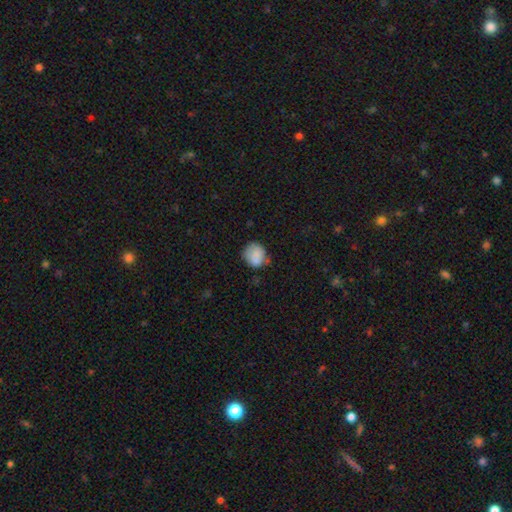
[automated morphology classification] This appears to be a smooth galaxy with no disk features (77%) that is round (80%). Merging: none (57%).